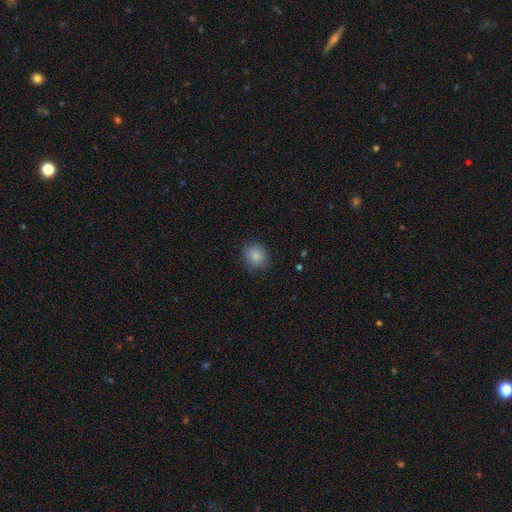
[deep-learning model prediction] Overall: smooth (86%). How rounded: round (87%). Merging: none (87%).